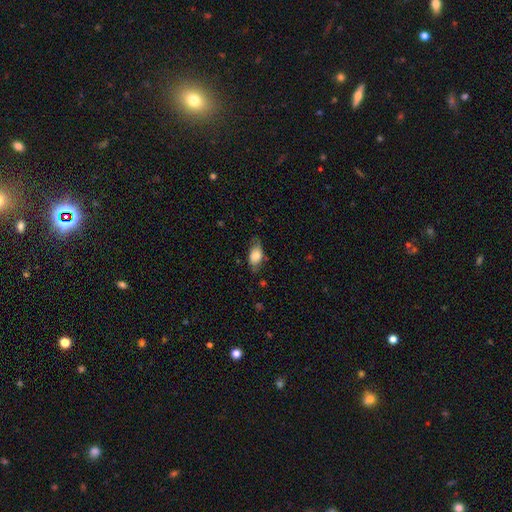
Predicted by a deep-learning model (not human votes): Morphology: type=smooth (76%); roundness=in between (89%); merging=none (66%).